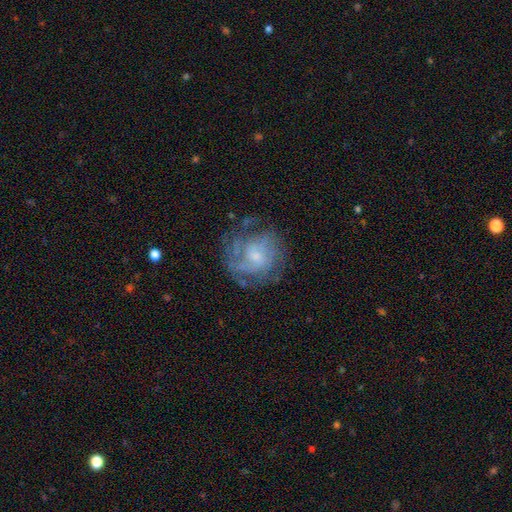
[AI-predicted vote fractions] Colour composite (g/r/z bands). It shows a featured or disk galaxy (74%) with no bar (63%), tight (49%) spiral arms (83%) and a small central bulge (53%). Merging: none (66%).